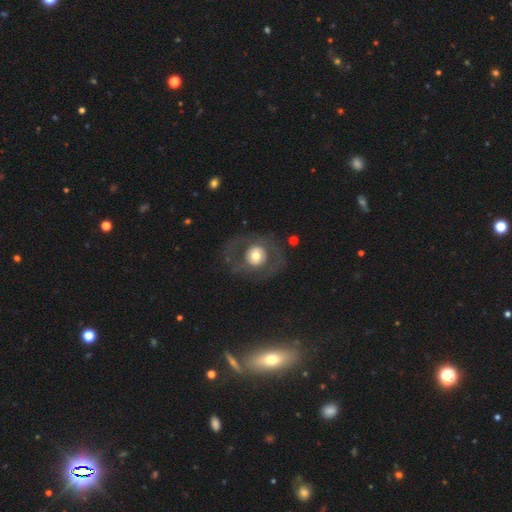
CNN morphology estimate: smooth_or_featured: featured or disk (p=0.48) [alt: smooth p=0.45]
merging: none (p=0.71) [alt: major disturbance p=0.16]